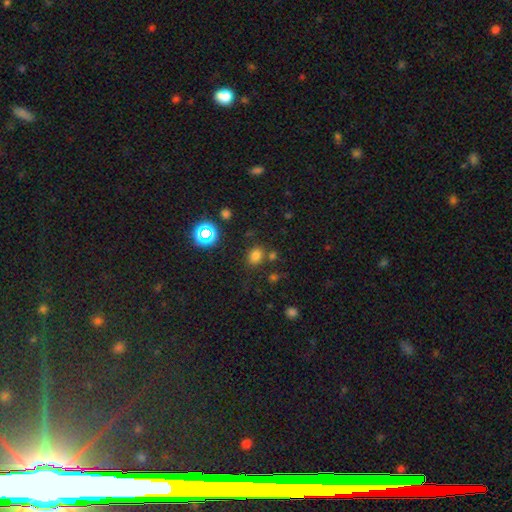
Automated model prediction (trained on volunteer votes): The model was most divided on "how rounded": round: 57%, in between: 42%, cigar-shaped: 1%. More confident: merging — none (76%); smooth or featured — smooth (71%).